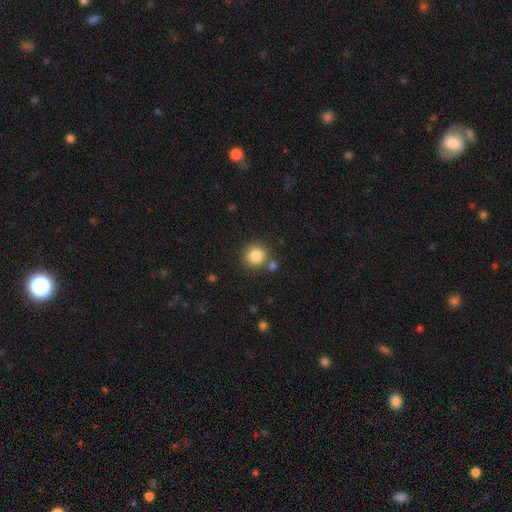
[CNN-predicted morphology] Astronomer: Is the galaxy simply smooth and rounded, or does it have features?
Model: smooth — 85%.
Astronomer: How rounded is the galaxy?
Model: round — 92%.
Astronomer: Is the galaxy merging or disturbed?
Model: none — 79%.